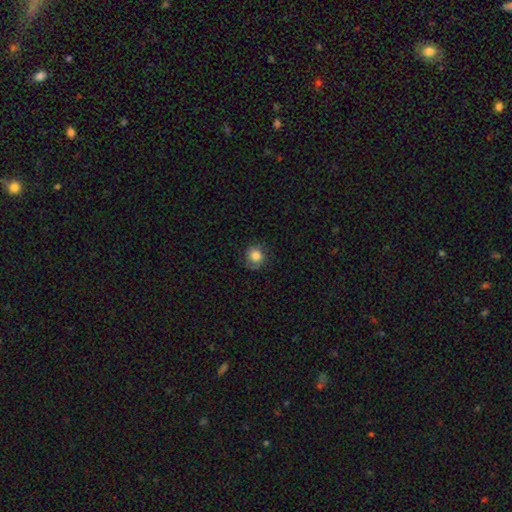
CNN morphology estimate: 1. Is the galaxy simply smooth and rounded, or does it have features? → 82% smooth, 9% star or artifact, 9% featured or disk.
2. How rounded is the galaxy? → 84% round, 15% in between, 1% cigar-shaped.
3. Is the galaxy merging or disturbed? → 73% none, 20% minor disturbance, 6% major disturbance, 1% merger.